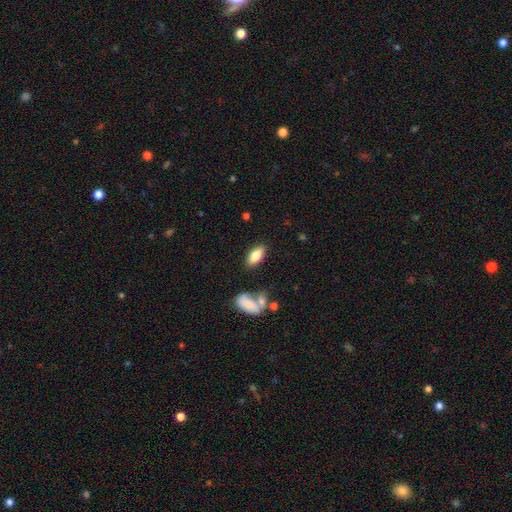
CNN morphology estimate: Smooth or featured? Predicted: smooth (p=0.81). How rounded? Predicted: in between (p=0.87). Merging? Predicted: none (p=0.82).